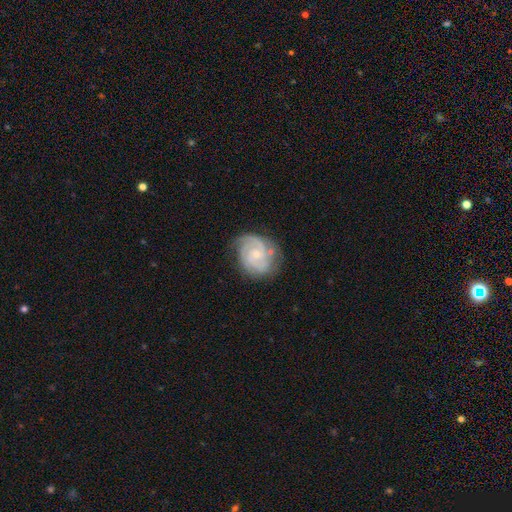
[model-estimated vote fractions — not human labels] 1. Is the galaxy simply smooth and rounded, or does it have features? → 86% featured or disk, 9% smooth, 5% star or artifact.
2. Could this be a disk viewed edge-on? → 98% no, 2% yes.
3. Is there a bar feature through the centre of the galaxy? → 63% no, 32% weak, 5% strong.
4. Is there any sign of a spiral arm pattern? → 97% yes, 3% no.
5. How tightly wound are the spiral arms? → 64% tight, 31% medium, 5% loose.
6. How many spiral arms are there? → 45% 2, 27% 3, 15% can't tell, 5% 4, 4% 1, 4% more than 4.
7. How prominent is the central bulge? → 69% small, 24% moderate, 4% none, 1% large, 1% dominant.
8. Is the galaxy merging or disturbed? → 74% none, 19% minor disturbance, 6% major disturbance, 2% merger.